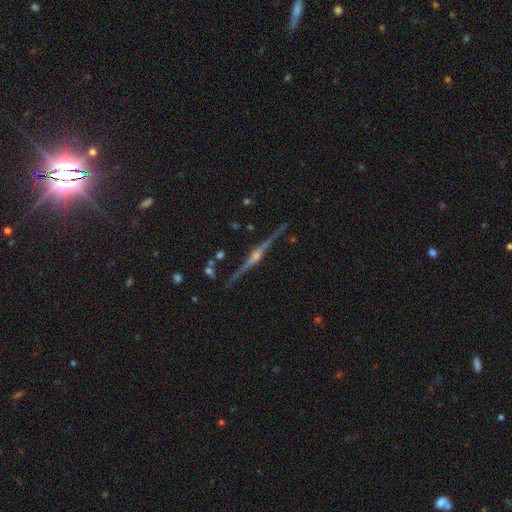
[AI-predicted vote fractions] smooth_or_featured: featured or disk (p=0.89) [alt: star or artifact p=0.06]
disk_edge_on: yes (p=0.98) [alt: no p=0.02]
edge_on_bulge: rounded (p=0.91) [alt: boxy p=0.06]
merging: none (p=0.88) [alt: minor disturbance p=0.08]